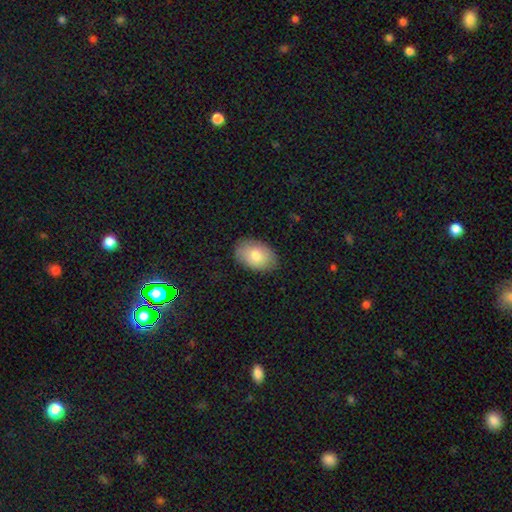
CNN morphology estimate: smooth_or_featured: smooth (p=0.78) [alt: featured or disk p=0.16]
how_rounded: in between (p=0.89) [alt: round p=0.10]
merging: none (p=0.83) [alt: minor disturbance p=0.13]